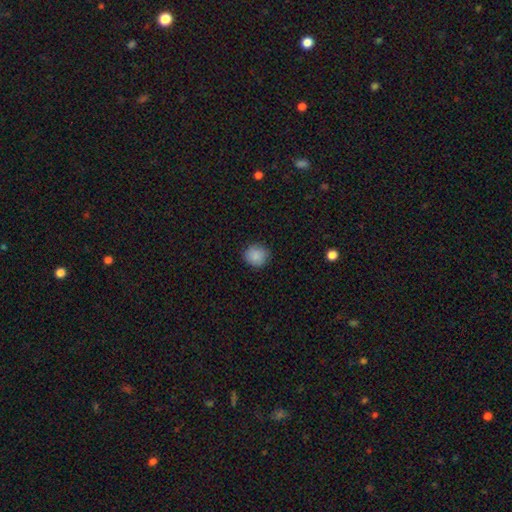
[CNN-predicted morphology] This appears to be a smooth galaxy with no disk features (87%) that is round (85%). Merging: none (86%).